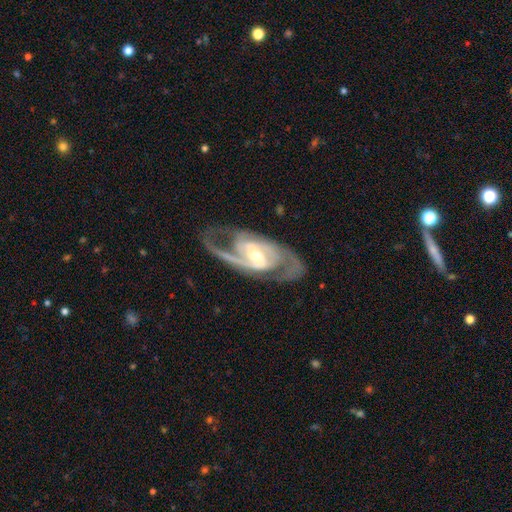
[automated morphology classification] smooth_or_featured: featured or disk (p=0.92) [alt: smooth p=0.04]
disk_edge_on: no (p=0.96) [alt: yes p=0.04]
bar: weak (p=0.44) [alt: strong p=0.31]
has_spiral_arms: yes (p=0.97) [alt: no p=0.03]
spiral_winding: medium (p=0.53) [alt: tight p=0.31]
spiral_arm_count: 2 (p=0.81) [alt: 3 p=0.08]
bulge_size: moderate (p=0.53) [alt: small p=0.40]
merging: none (p=0.71) [alt: minor disturbance p=0.16]